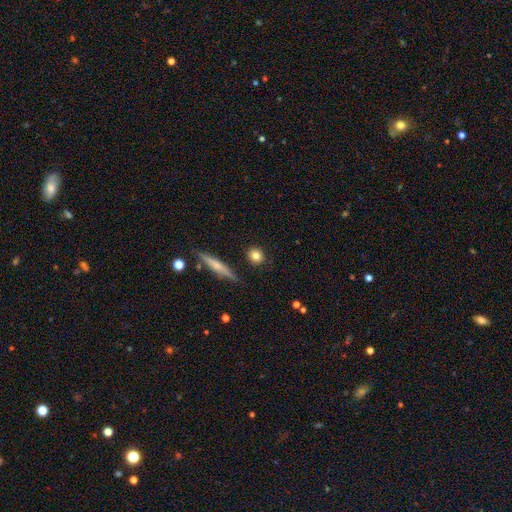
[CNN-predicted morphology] smooth-or-featured: smooth: 79% | featured or disk: 12% | star or artifact: 9%
  how-rounded: round: 84% | in between: 12% | cigar-shaped: 4%
  merging: none: 87% | minor disturbance: 8% | merger: 2% | major disturbance: 2%